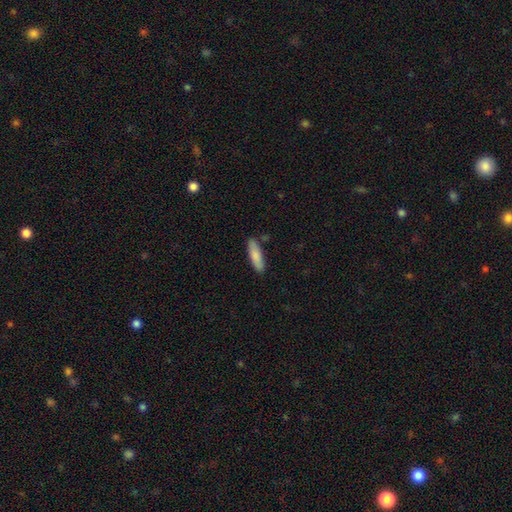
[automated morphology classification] smooth 83%, featured or disk 11%, star or artifact 6%. Down the decision tree: how rounded — cigar-shaped (63%); merging — none (85%).